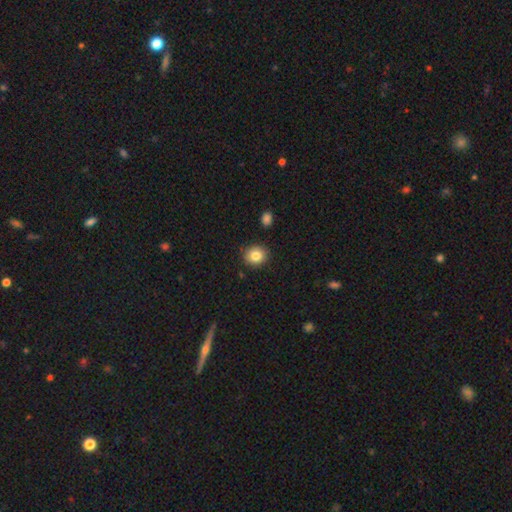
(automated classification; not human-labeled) Smooth or featured? Predicted: smooth (p=0.83). How rounded? Predicted: round (p=0.78). Merging? Predicted: none (p=0.89).